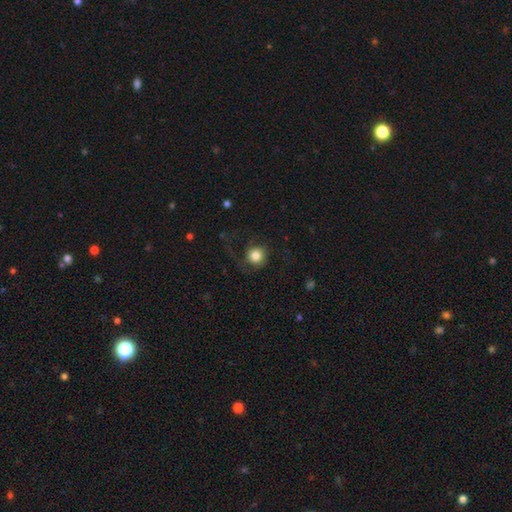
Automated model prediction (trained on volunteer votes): This is likely a smooth galaxy (80%). How rounded: clearly round (92%). Merging: likely none (66%).